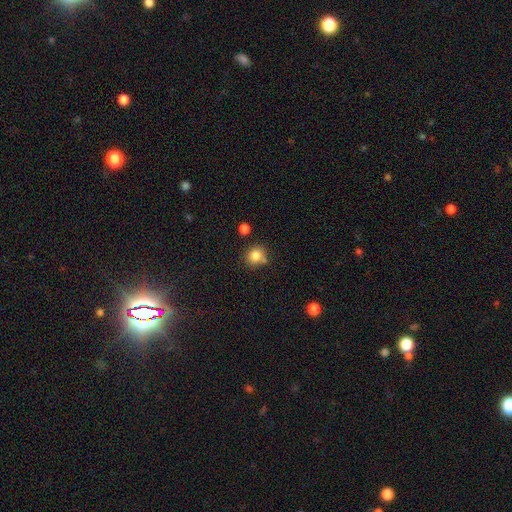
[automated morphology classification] This is clearly a smooth galaxy (82%). How rounded: clearly round (83%). Merging: likely none (67%).